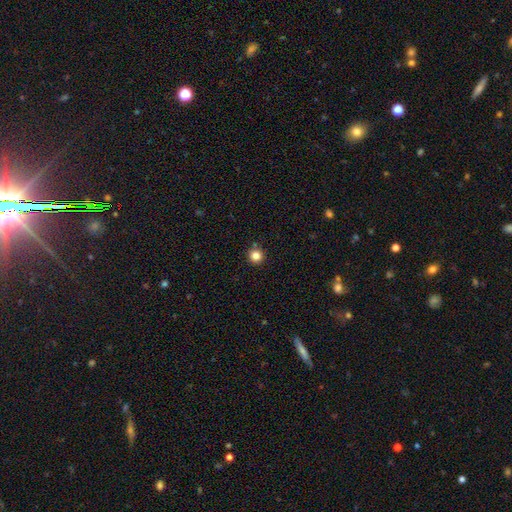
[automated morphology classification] A smooth galaxy with no disk features (83%) that is round (95%).

Vote fractions:
- Smooth or featured? smooth: 83% / star or artifact: 12% / featured or disk: 5%
- How rounded? round: 95% / in between: 4% / cigar-shaped: 1%
- Merging? none: 89% / minor disturbance: 6% / merger: 4% / major disturbance: 2%